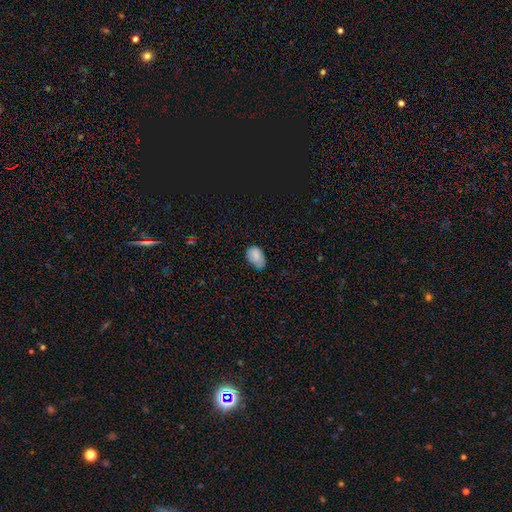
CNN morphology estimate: This appears to be a smooth galaxy with no disk features (82%) that is in between round and cigar-shaped (87%). Merging: none (54%).